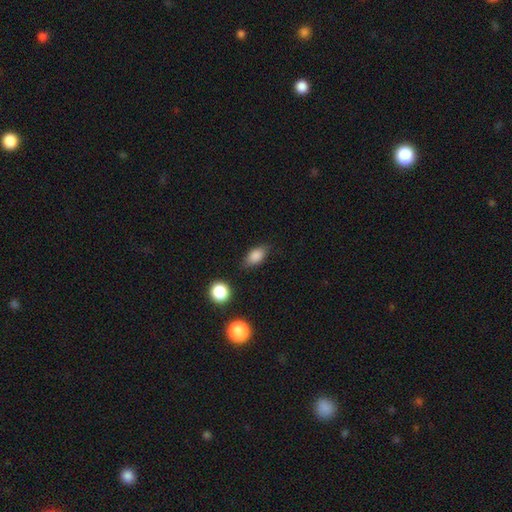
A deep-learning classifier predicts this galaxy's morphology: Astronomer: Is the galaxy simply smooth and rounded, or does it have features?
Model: smooth — 84%.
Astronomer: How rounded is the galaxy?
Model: in between — 85%.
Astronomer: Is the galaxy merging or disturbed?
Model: none — 76%.